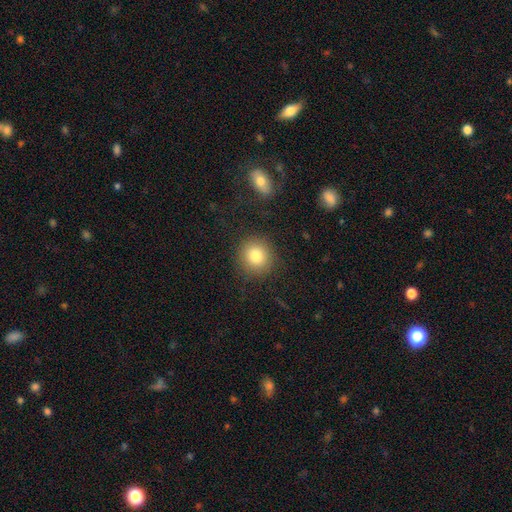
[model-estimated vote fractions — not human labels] smooth_or_featured: smooth (p=0.82) [alt: star or artifact p=0.10]
how_rounded: round (p=0.89) [alt: in between p=0.10]
merging: none (p=0.88) [alt: minor disturbance p=0.07]